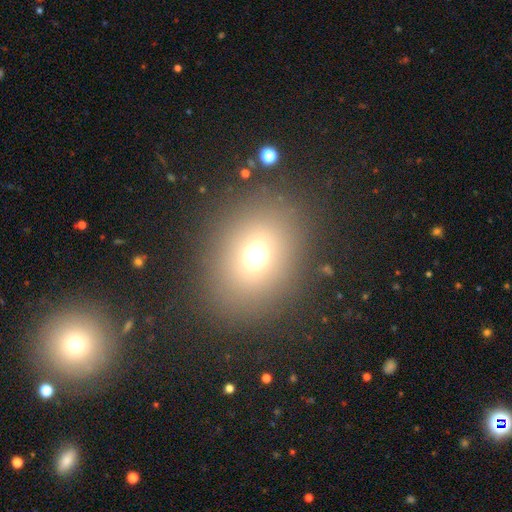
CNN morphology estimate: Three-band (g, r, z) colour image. It shows a smooth galaxy with no disk features (69%) that is round (53%). Merging: none (85%).